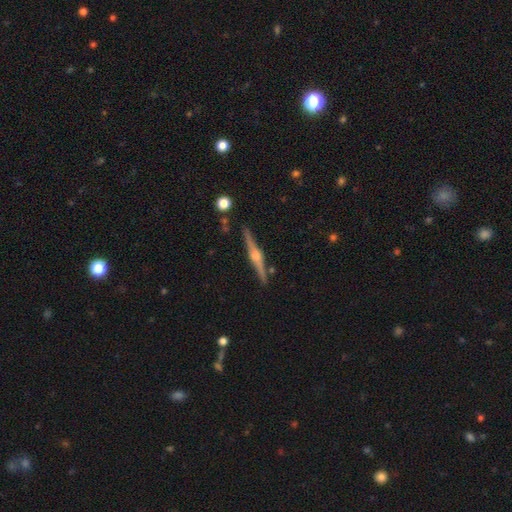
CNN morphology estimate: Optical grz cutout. It shows a featured or disk galaxy (83%) viewed edge-on (98%) with a rounded central bulge (91%). Merging: none (89%).